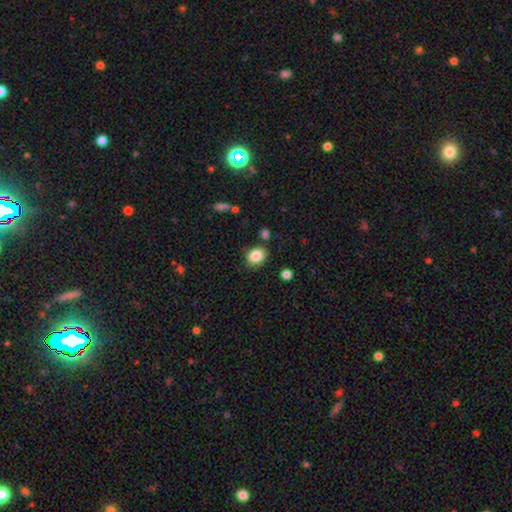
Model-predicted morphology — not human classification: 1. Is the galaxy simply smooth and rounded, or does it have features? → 86% smooth, 9% star or artifact, 5% featured or disk.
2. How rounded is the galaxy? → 59% in between, 40% round, 1% cigar-shaped.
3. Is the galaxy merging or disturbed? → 78% none, 15% minor disturbance, 4% merger, 4% major disturbance.